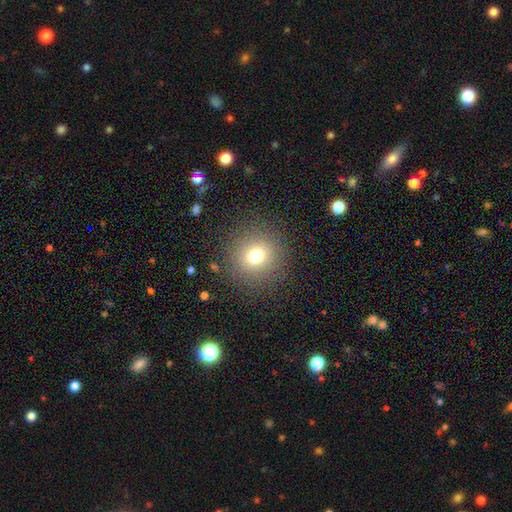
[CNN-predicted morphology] Smooth or featured: smooth — 73% (star or artifact — 16%)
How rounded: round — 92% (in between — 7%)
Merging: none — 89% (minor disturbance — 6%)